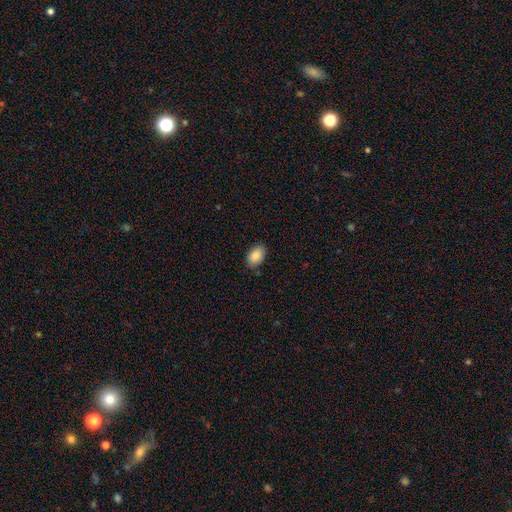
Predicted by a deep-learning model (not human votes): smooth 87%, star or artifact 7%, featured or disk 5%. Down the decision tree: how rounded — in between (88%); merging — none (85%).